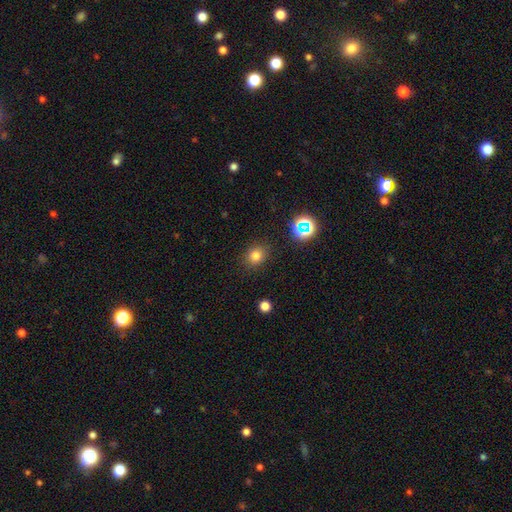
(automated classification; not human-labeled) Overall: smooth (77%). How rounded: round (72%). Merging: none (87%).